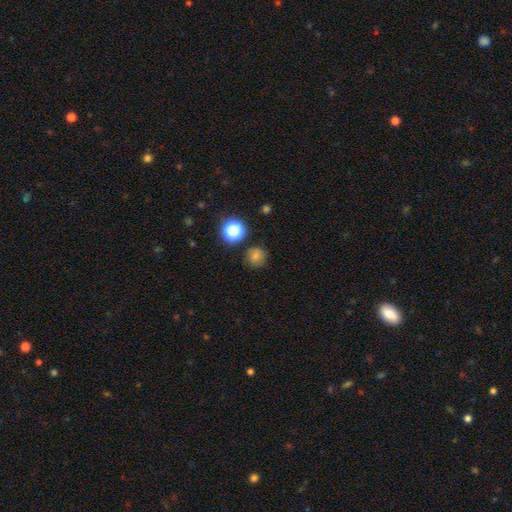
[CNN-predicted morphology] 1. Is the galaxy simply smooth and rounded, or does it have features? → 67% smooth, 26% star or artifact, 8% featured or disk.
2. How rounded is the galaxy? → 93% round, 6% in between, 1% cigar-shaped.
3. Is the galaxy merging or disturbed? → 86% none, 8% minor disturbance, 4% merger, 3% major disturbance.